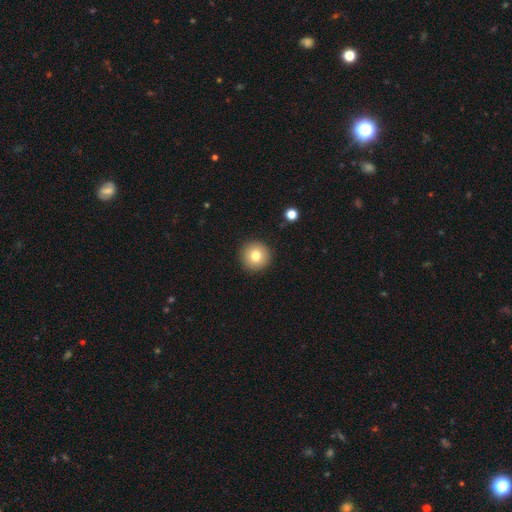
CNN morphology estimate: type=smooth (78%); roundness=round (96%); merging=none (92%).